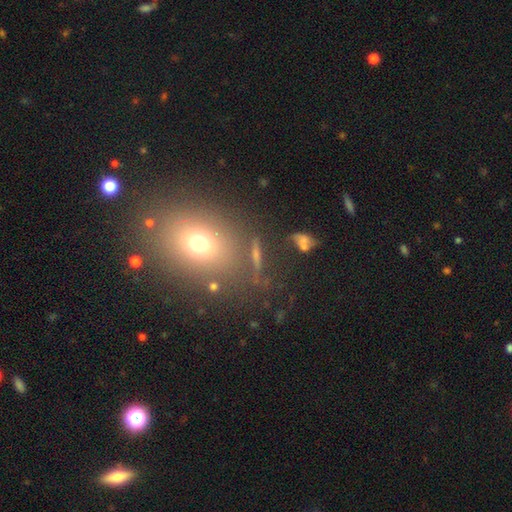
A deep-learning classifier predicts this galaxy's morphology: Q: Smooth or featured?
A: smooth (43%); runner-up: star or artifact (32%)
Q: Merging?
A: none (74%); runner-up: minor disturbance (11%)